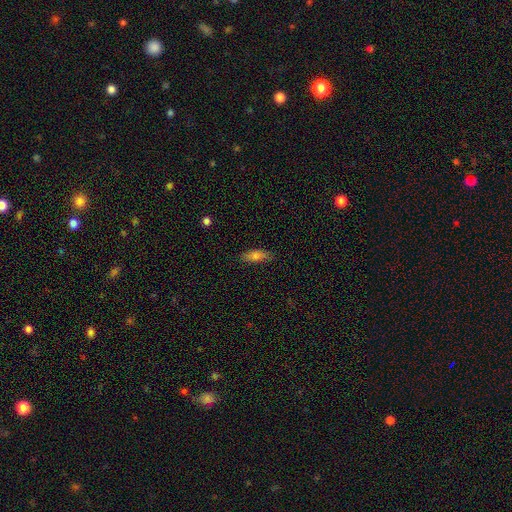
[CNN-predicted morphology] This appears to be a smooth galaxy with no disk features (75%) that is in between round and cigar-shaped (66%). Merging: none (82%).